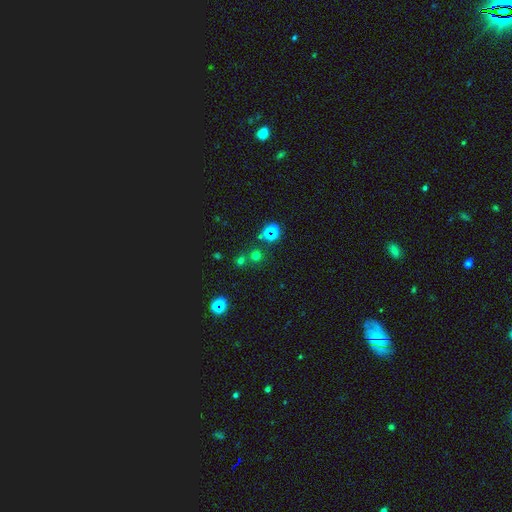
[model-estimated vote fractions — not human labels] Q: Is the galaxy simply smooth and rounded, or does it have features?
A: smooth — 52%.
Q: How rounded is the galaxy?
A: round — 90%.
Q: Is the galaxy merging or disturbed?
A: none — 69%.